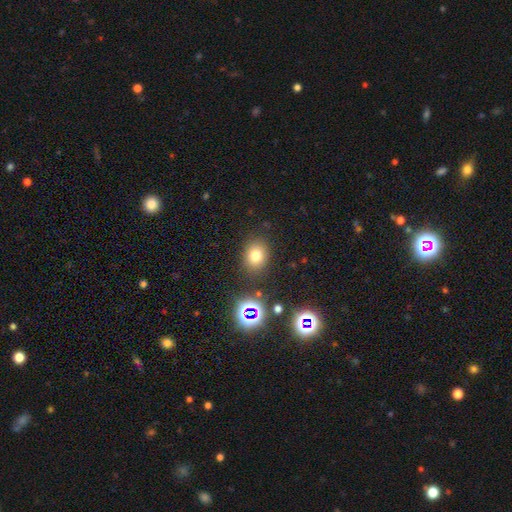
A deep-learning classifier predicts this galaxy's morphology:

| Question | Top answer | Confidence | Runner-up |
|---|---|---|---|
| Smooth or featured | smooth | 74% | star or artifact (18%) |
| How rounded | round | 57% | in between (42%) |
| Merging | none | 84% | minor disturbance (10%) |